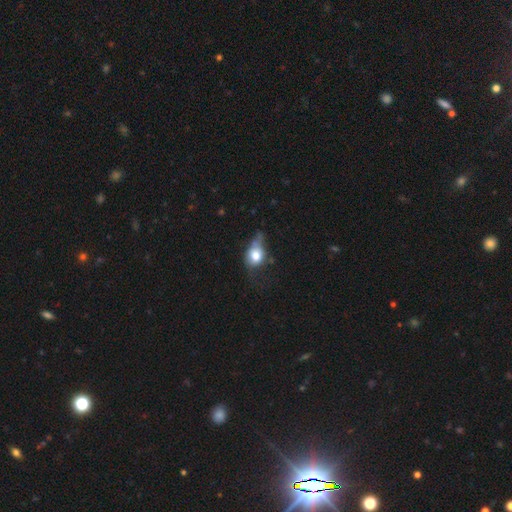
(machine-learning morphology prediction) Smooth or featured: smooth — 71% (featured or disk — 19%)
How rounded: in between — 53% (round — 45%)
Merging: minor disturbance — 35% (major disturbance — 30%)